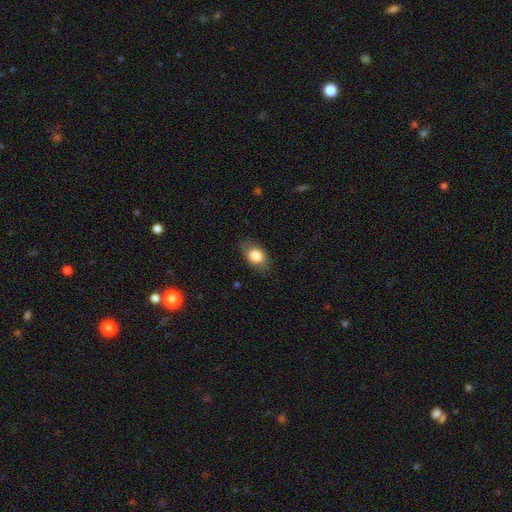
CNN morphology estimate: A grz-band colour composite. It shows a smooth galaxy with no disk features (81%) that is in between round and cigar-shaped (82%). Merging: none (80%).